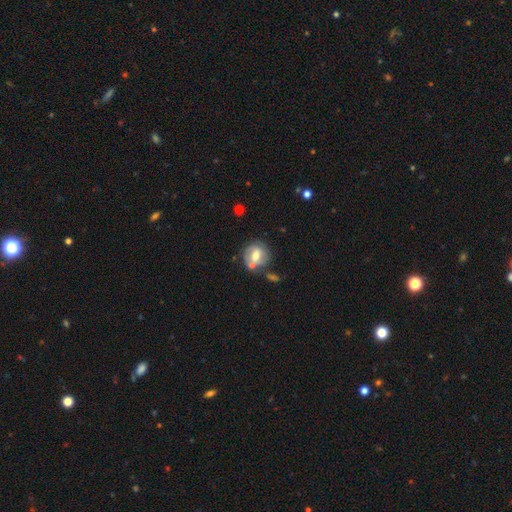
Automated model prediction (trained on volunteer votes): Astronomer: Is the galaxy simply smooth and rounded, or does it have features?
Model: featured or disk — 47% (runner-up: smooth, 46%).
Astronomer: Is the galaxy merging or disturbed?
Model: none — 56%.